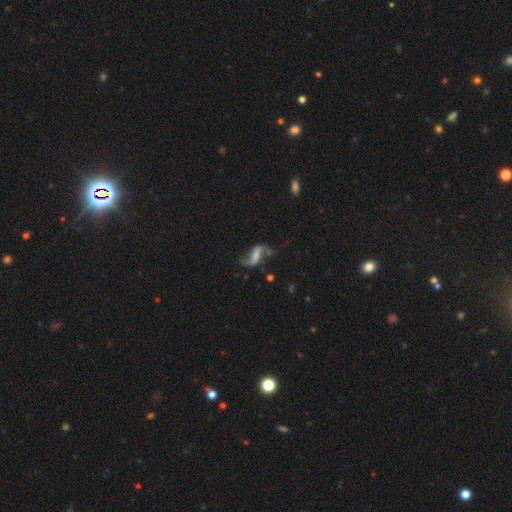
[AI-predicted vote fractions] Overall: featured or disk (84%). Edge-on disk: no (96%). Bar: weak (40%; strong 33%). Spiral arms: yes (94%). Spiral arm count: 2 (89%). Spiral winding: loose (82%). Bulge size: small (46%; moderate 28%). Merging: none (63%).